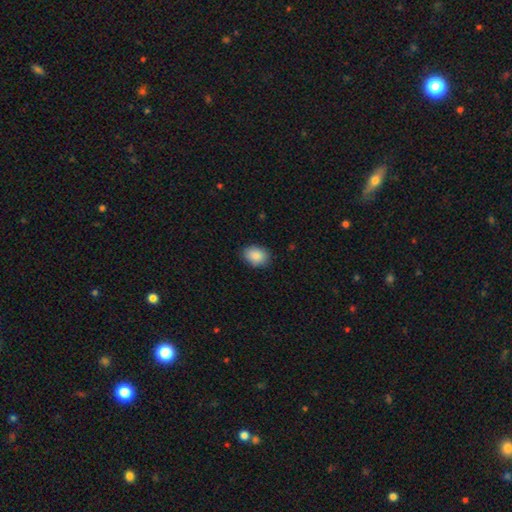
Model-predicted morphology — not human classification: This is clearly a smooth galaxy (88%). How rounded: likely in between (71%). Merging: clearly none (87%).